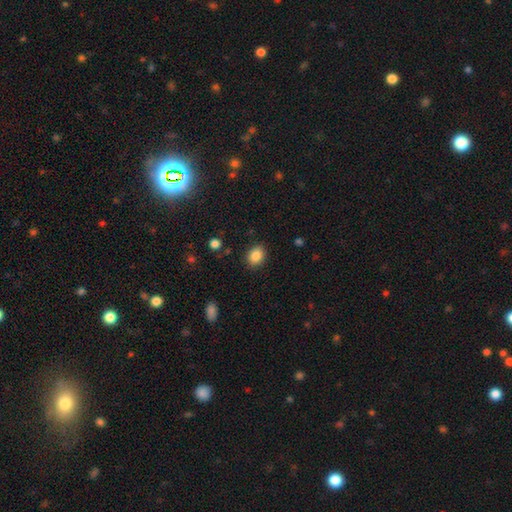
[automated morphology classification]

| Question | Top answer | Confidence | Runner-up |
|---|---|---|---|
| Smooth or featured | smooth | 86% | star or artifact (9%) |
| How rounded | in between | 57% | round (42%) |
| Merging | none | 87% | minor disturbance (9%) |